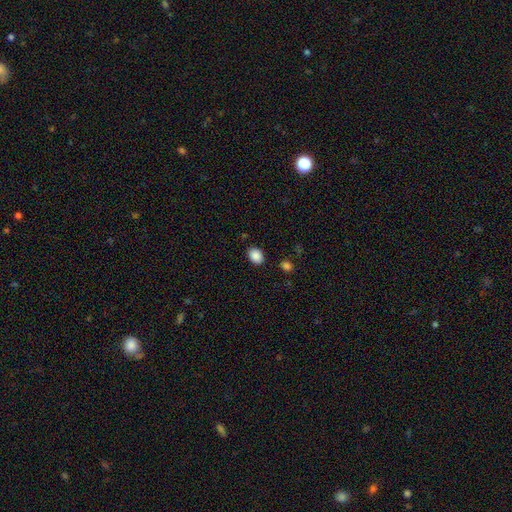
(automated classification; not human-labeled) Smooth or featured? Predicted: smooth (p=0.89). How rounded? Predicted: in between (p=0.69). Merging? Predicted: none (p=0.86).